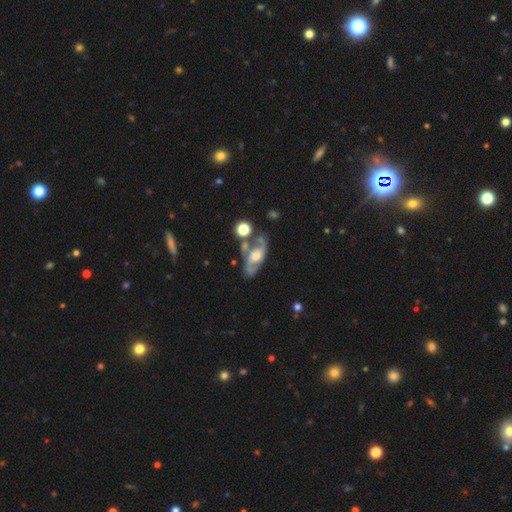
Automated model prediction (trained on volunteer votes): Smooth or featured? Predicted: featured or disk (p=0.79). Edge-on disk? Predicted: no (p=0.91). Bar? Predicted: no (p=0.53). Spiral arms? Predicted: yes (p=0.87). Spiral winding? Predicted: medium (p=0.51). Spiral arm count? Predicted: 2 (p=0.86). Bulge size? Predicted: moderate (p=0.59). Merging? Predicted: none (p=0.59).